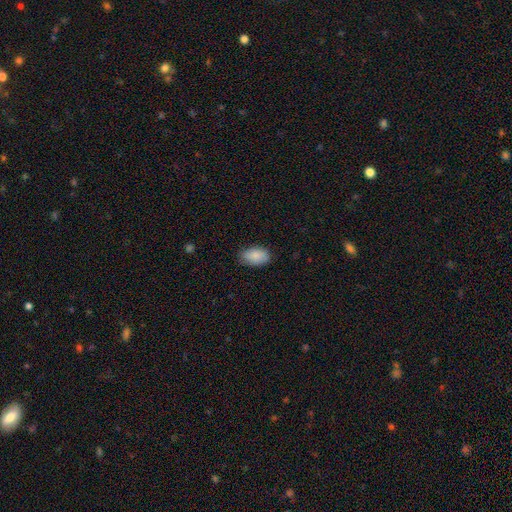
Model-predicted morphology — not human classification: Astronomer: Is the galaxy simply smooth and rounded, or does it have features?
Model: smooth — 87%.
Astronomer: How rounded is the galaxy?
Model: in between — 93%.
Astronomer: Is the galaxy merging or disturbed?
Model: none — 80%.